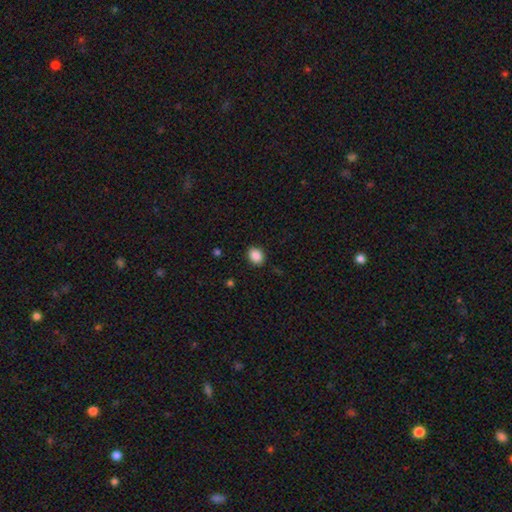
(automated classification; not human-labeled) Smooth or featured: smooth — 88% (star or artifact — 9%)
How rounded: round — 51% (in between — 48%)
Merging: none — 89% (minor disturbance — 8%)